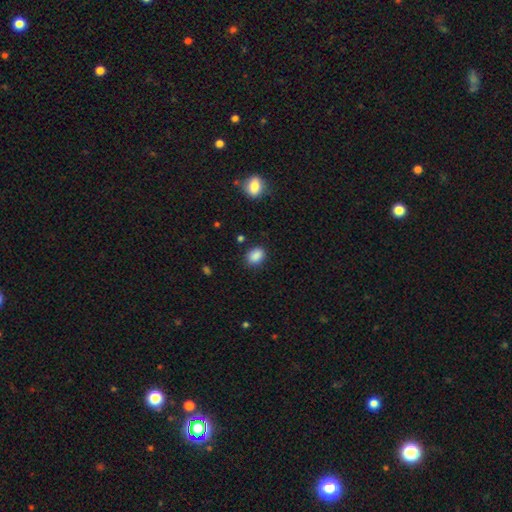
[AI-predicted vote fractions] Smooth or featured? smooth (87%)
How rounded? in between (66%)
Merging? none (83%)